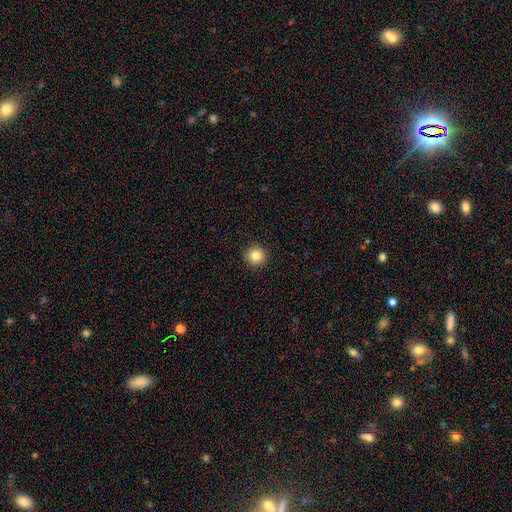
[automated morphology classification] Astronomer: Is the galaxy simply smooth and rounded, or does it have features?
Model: smooth — 85%.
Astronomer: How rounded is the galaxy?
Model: round — 95%.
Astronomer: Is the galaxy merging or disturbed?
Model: none — 93%.